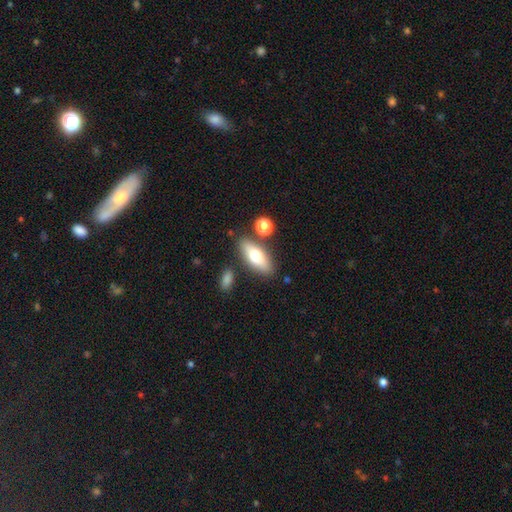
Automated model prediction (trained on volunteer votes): This is likely a smooth galaxy (67%). How rounded: likely in between (75%). Merging: likely none (79%).